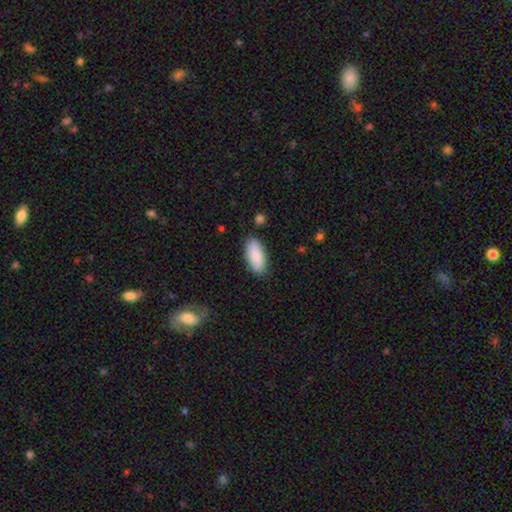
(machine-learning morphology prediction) Smooth or featured: smooth — 88% (featured or disk — 6%)
How rounded: in between — 86% (cigar-shaped — 12%)
Merging: none — 86% (minor disturbance — 11%)